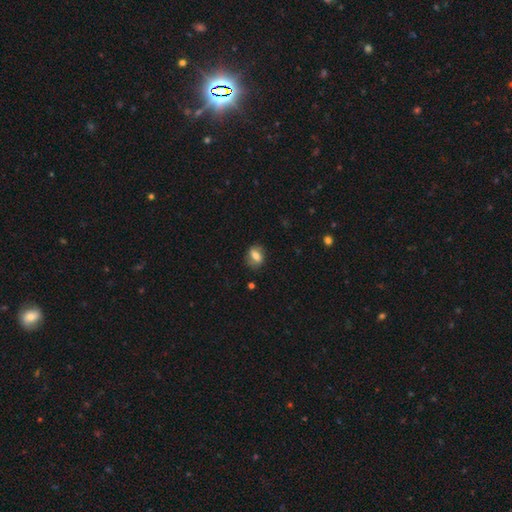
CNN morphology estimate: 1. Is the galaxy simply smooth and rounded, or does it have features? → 65% smooth, 26% featured or disk, 9% star or artifact.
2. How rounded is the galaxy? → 61% in between, 36% round, 3% cigar-shaped.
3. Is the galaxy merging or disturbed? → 75% none, 17% minor disturbance, 5% major disturbance, 3% merger.